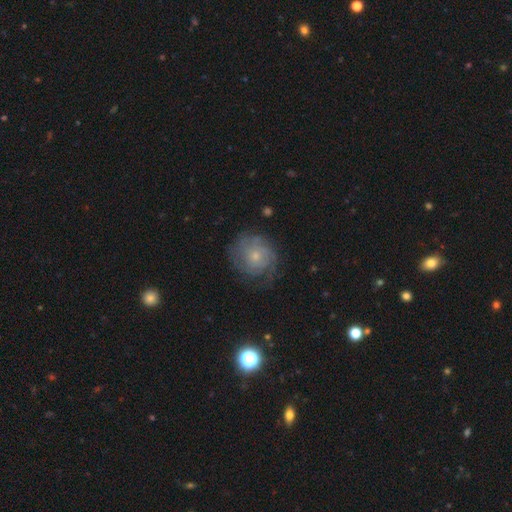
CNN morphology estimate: Q: Smooth or featured?
A: featured or disk (59%); runner-up: smooth (33%)
Q: Edge-on disk?
A: no (97%); runner-up: yes (3%)
Q: Bar?
A: no (82%); runner-up: weak (16%)
Q: Spiral arms?
A: yes (82%); runner-up: no (18%)
Q: Bulge size?
A: small (66%); runner-up: moderate (28%)
Q: Merging?
A: none (61%); runner-up: minor disturbance (23%)